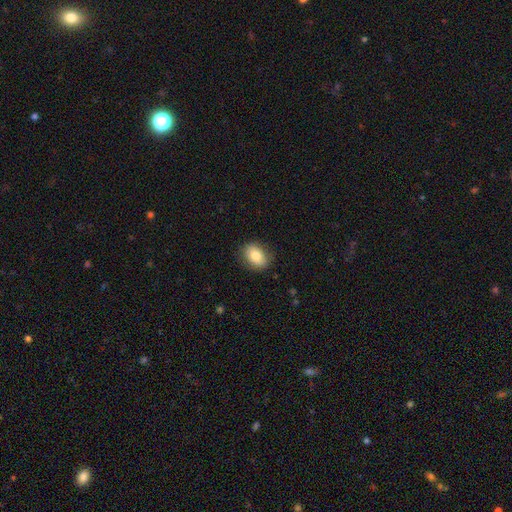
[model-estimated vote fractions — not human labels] The model was most divided on "how rounded": in between: 73%, round: 25%, cigar-shaped: 1%. More confident: merging — none (85%); smooth or featured — smooth (80%).